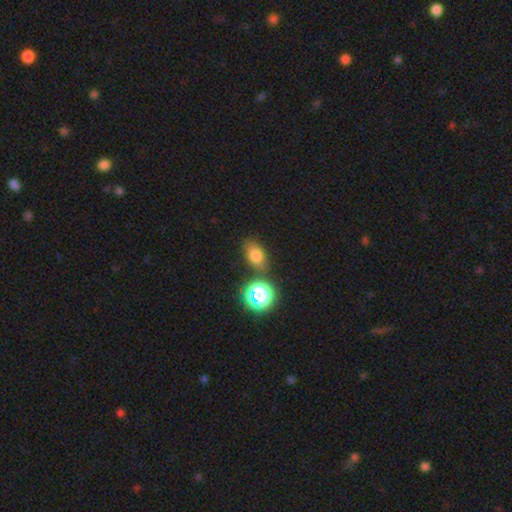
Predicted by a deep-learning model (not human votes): Overall: smooth (72%). How rounded: in between (72%). Merging: none (73%).